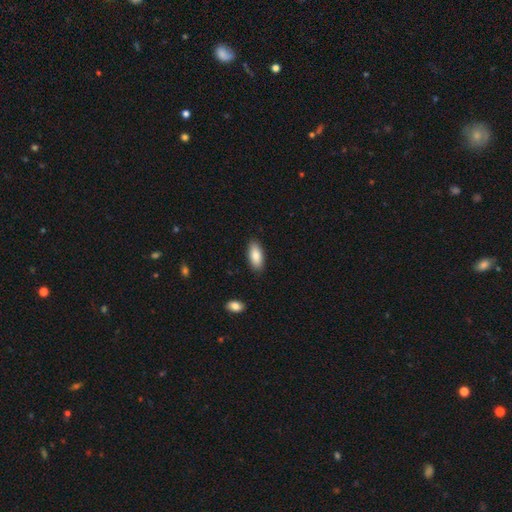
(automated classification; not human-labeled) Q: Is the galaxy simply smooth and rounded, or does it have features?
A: smooth — 86%.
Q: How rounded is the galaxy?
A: in between — 85%.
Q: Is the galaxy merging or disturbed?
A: none — 88%.